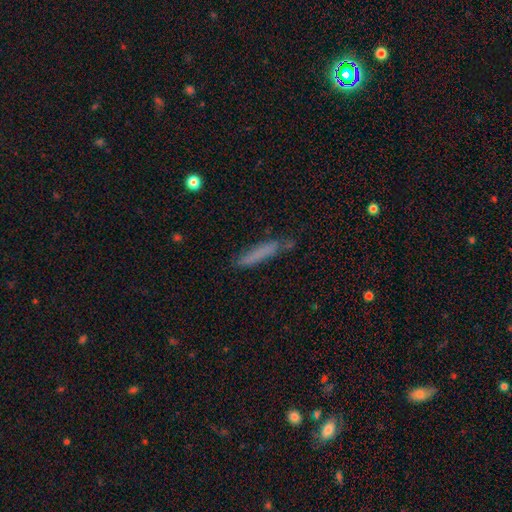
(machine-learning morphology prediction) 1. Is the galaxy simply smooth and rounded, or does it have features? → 73% smooth, 19% featured or disk, 8% star or artifact.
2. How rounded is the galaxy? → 91% cigar-shaped, 7% in between, 1% round.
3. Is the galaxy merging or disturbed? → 71% none, 20% minor disturbance, 5% major disturbance, 4% merger.